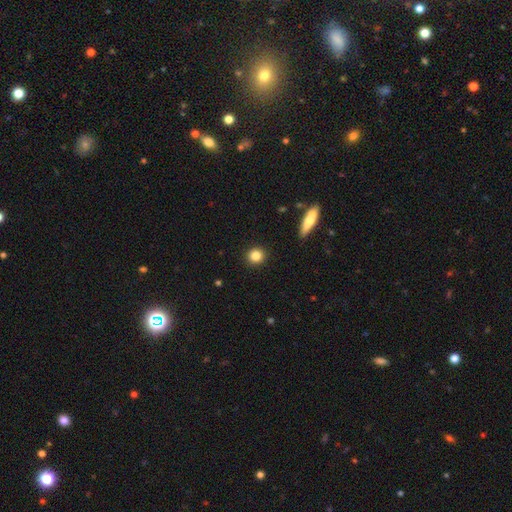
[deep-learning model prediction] This appears to be a smooth galaxy with no disk features (85%) that is round (90%). Merging: none (92%).